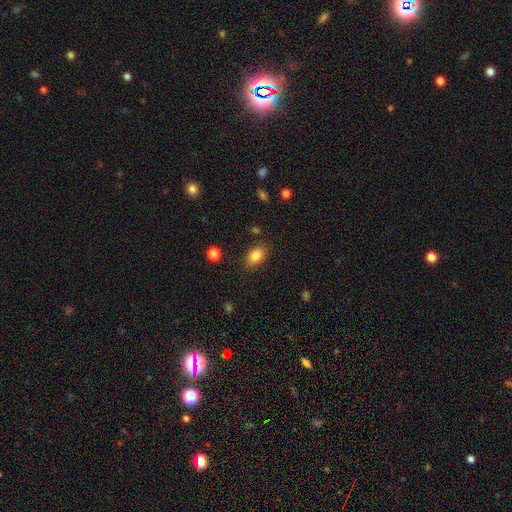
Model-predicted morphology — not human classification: Smooth or featured: smooth — 84% (star or artifact — 8%)
How rounded: in between — 88% (round — 9%)
Merging: none — 82% (minor disturbance — 12%)